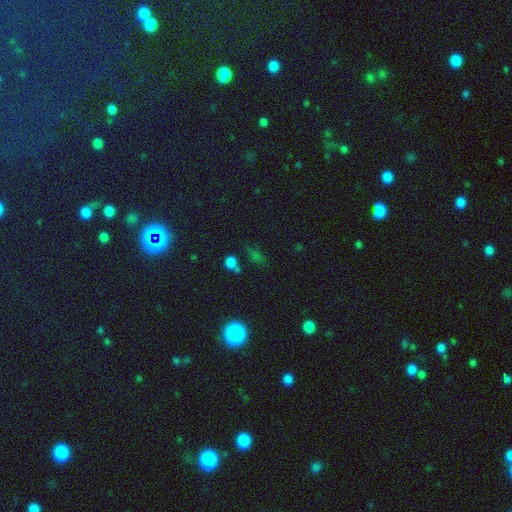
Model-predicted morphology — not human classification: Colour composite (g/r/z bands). It shows a star or artifact, not a galaxy (50%).